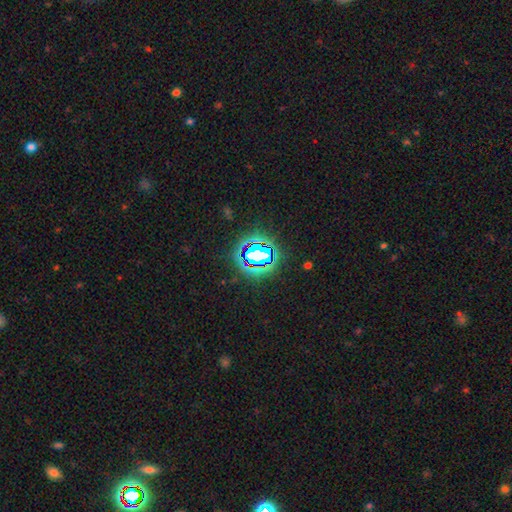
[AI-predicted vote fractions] smooth-or-featured: star or artifact: 80% | smooth: 13% | featured or disk: 7%